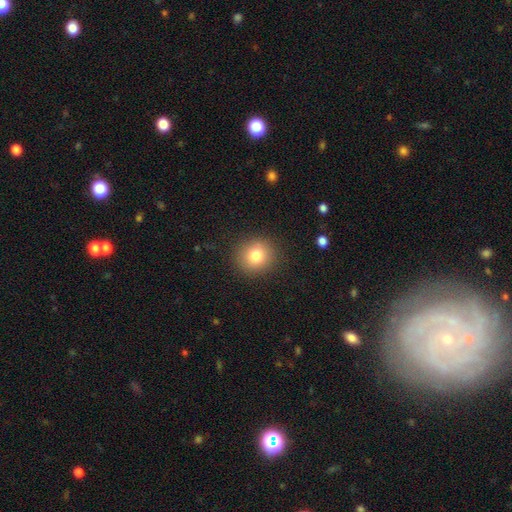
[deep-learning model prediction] Smooth or featured? smooth (80%)
How rounded? round (86%)
Merging? none (89%)